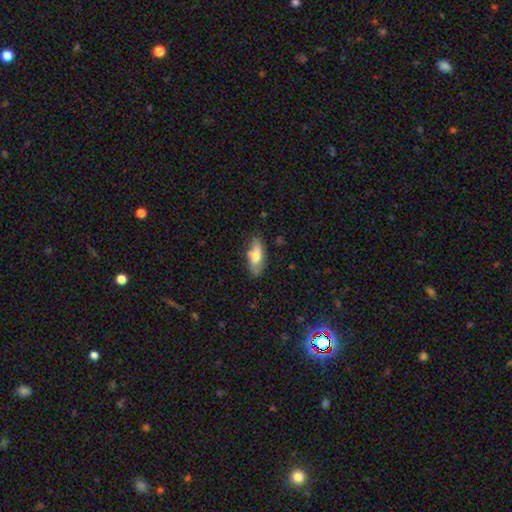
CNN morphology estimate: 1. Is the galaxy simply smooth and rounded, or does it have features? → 69% smooth, 24% featured or disk, 6% star or artifact.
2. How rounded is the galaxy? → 76% in between, 22% cigar-shaped, 3% round.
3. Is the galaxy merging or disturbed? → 74% none, 19% minor disturbance, 4% major disturbance, 3% merger.